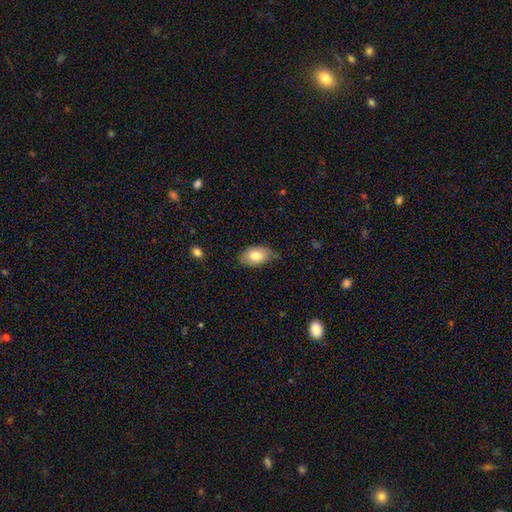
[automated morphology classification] Q: Smooth or featured?
A: smooth (78%); runner-up: featured or disk (15%)
Q: How rounded?
A: in between (89%); runner-up: round (9%)
Q: Merging?
A: none (69%); runner-up: minor disturbance (26%)